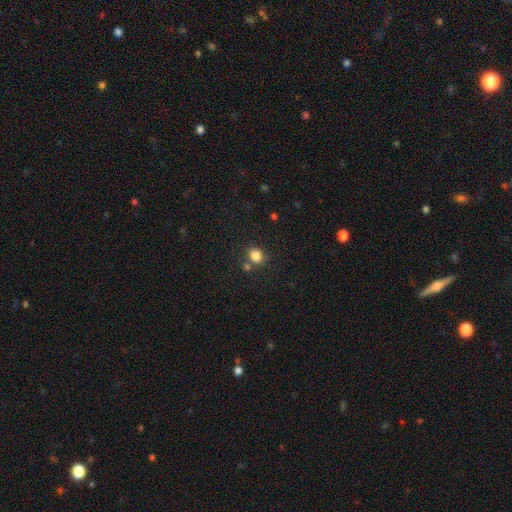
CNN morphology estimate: smooth-or-featured: smooth: 83% | star or artifact: 12% | featured or disk: 5%
  how-rounded: round: 64% | in between: 35% | cigar-shaped: 1%
  merging: none: 71% | merger: 15% | minor disturbance: 11% | major disturbance: 3%